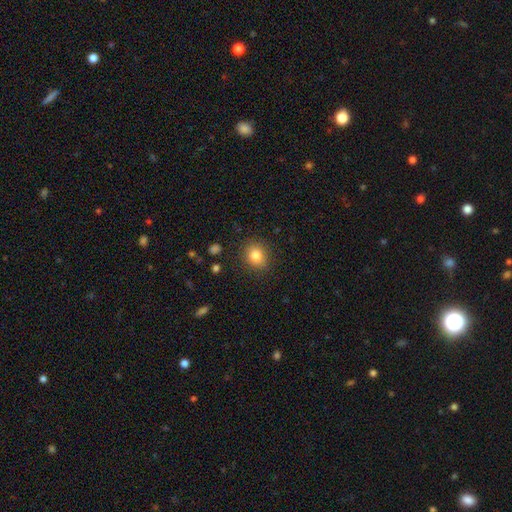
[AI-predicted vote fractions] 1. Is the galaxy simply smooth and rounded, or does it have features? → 82% smooth, 11% star or artifact, 7% featured or disk.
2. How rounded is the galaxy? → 71% round, 28% in between, 1% cigar-shaped.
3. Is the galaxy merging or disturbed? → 88% none, 8% minor disturbance, 3% major disturbance, 1% merger.